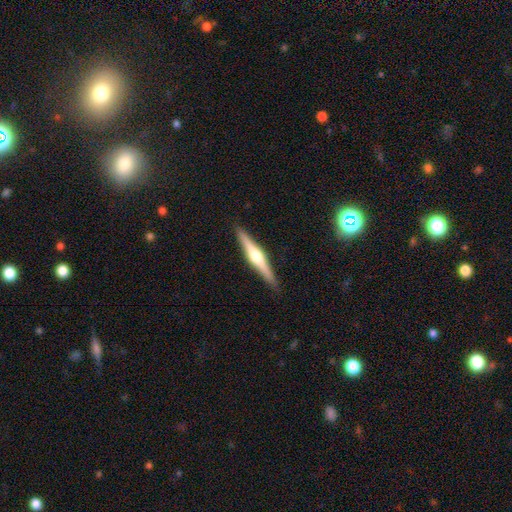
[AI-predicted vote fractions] Smooth or featured?
  - featured or disk: 71% *
  - smooth: 25%
  - star or artifact: 5%
Edge-on disk?
  - yes: 98% *
  - no: 2%
Edge-on bulge?
  - rounded: 89% *
  - boxy: 6%
  - none: 4%
Merging?
  - none: 91% *
  - minor disturbance: 7%
  - major disturbance: 1%
  - merger: 1%